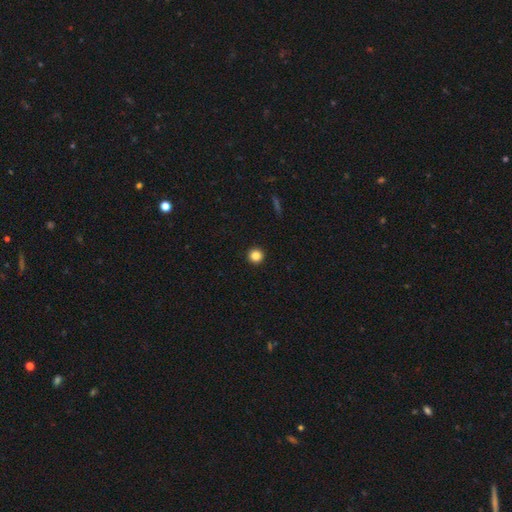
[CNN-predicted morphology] Q: Smooth or featured?
A: smooth (85%); runner-up: star or artifact (11%)
Q: How rounded?
A: round (96%); runner-up: in between (3%)
Q: Merging?
A: none (94%); runner-up: minor disturbance (4%)